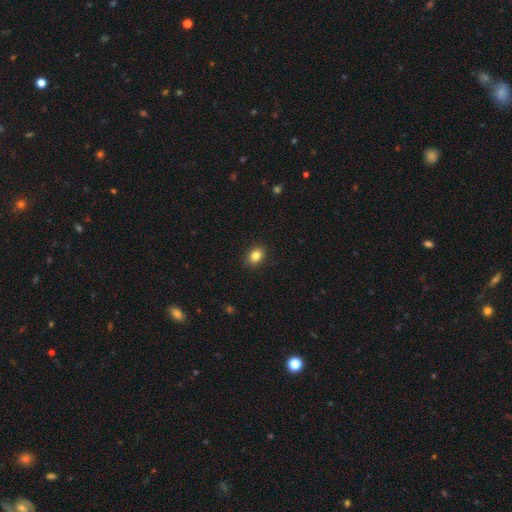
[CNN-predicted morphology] Smooth or featured? smooth (84%)
How rounded? in between (61%)
Merging? none (89%)